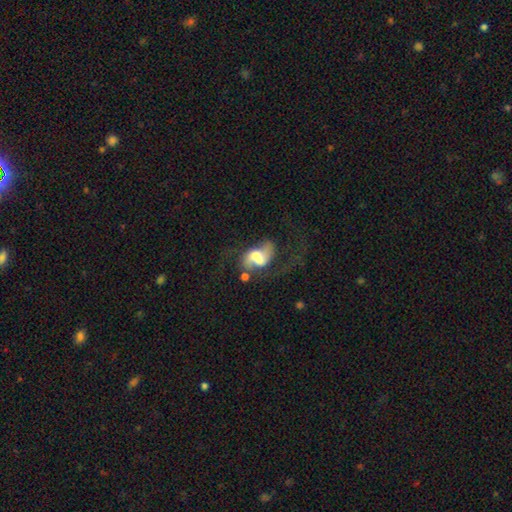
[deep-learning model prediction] Smooth or featured?
  - featured or disk: 63% *
  - smooth: 28%
  - star or artifact: 9%
Edge-on disk?
  - no: 96% *
  - yes: 4%
Bar?
  - weak: 42% *
  - no: 34%
  - strong: 24%
Spiral arms?
  - yes: 78% *
  - no: 22%
Bulge size?
  - moderate: 37% *
  - large: 30%
  - small: 17%
  - none: 11%
  - dominant: 6%
Merging?
  - major disturbance: 32% *
  - none: 30%
  - merger: 21%
  - minor disturbance: 17%